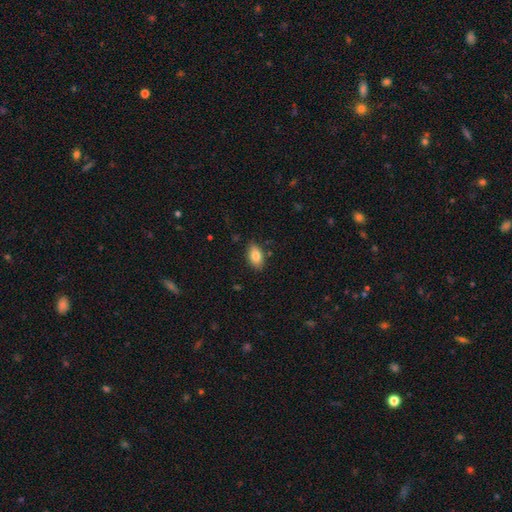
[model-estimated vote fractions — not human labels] A smooth galaxy with no disk features (82%) that is in between round and cigar-shaped (91%). Merging: none (84%).